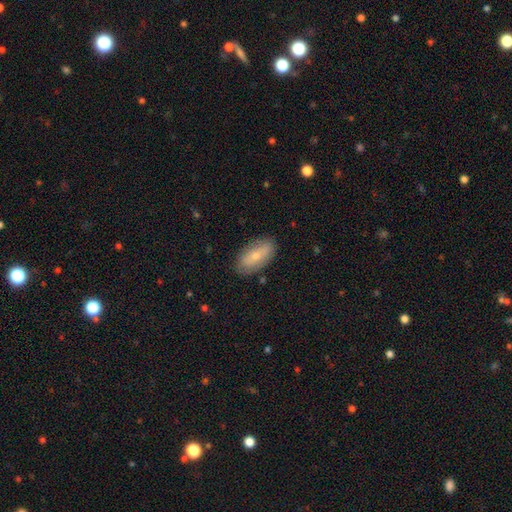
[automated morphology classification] type=smooth (61%); roundness=in between (91%); merging=none (83%).